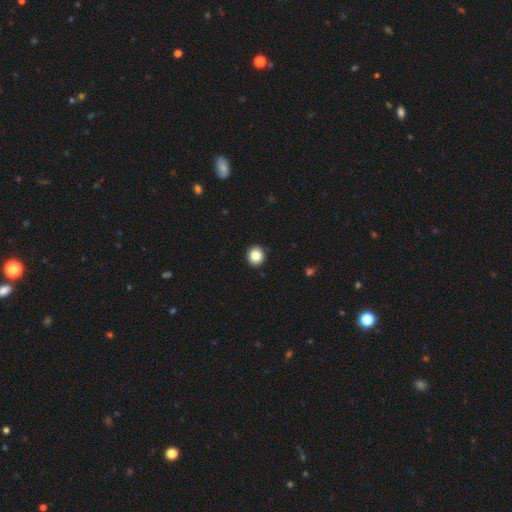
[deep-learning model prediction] Smooth or featured? Predicted: smooth (p=0.85). How rounded? Predicted: round (p=0.87). Merging? Predicted: none (p=0.93).